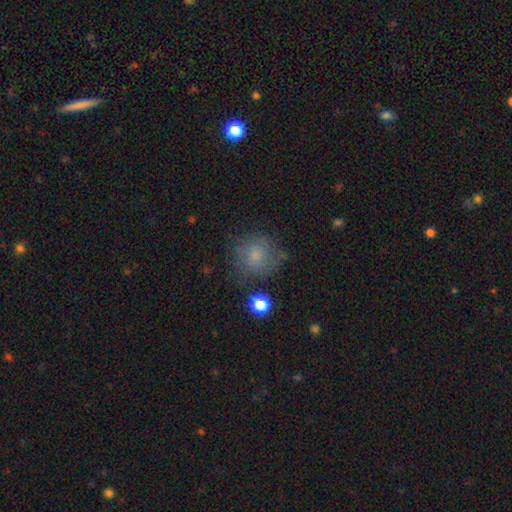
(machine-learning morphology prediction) A smooth galaxy with no disk features (71%) that is round (88%).

Vote fractions:
- Smooth or featured? smooth: 71% / featured or disk: 17% / star or artifact: 12%
- How rounded? round: 88% / in between: 11% / cigar-shaped: 1%
- Merging? none: 66% / minor disturbance: 21% / major disturbance: 10% / merger: 3%